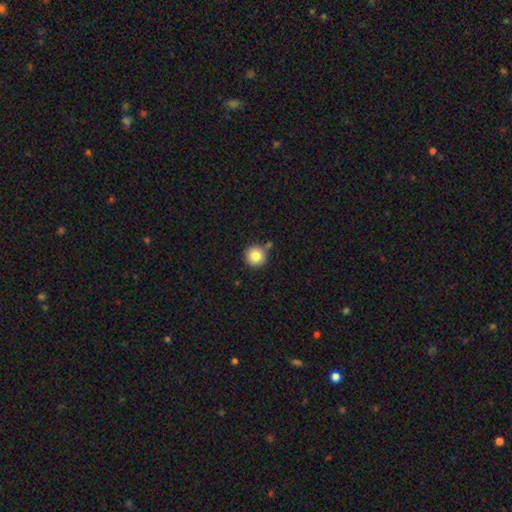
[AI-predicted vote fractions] This appears to be a smooth galaxy with no disk features (84%) that is round (95%). Merging: none (78%).